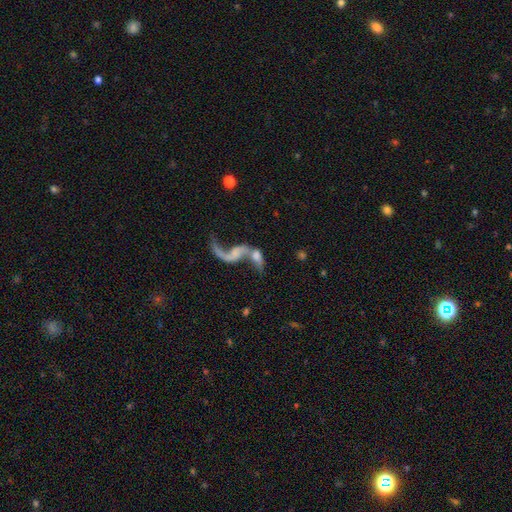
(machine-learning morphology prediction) smooth_or_featured: featured or disk (p=0.65) [alt: smooth p=0.25]
disk_edge_on: no (p=0.93) [alt: yes p=0.07]
bar: no (p=0.62) [alt: weak p=0.28]
has_spiral_arms: yes (p=0.67) [alt: no p=0.33]
bulge_size: none (p=0.46) [alt: small p=0.27]
merging: merger (p=0.61) [alt: none p=0.17]